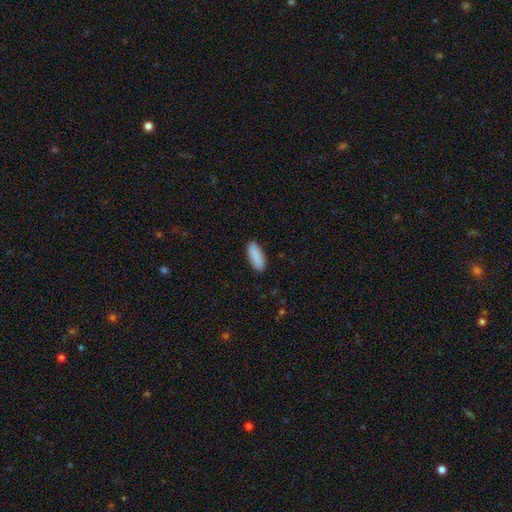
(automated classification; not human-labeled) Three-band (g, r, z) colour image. It shows a smooth galaxy with no disk features (90%) that is in between round and cigar-shaped (77%). Merging: none (89%).